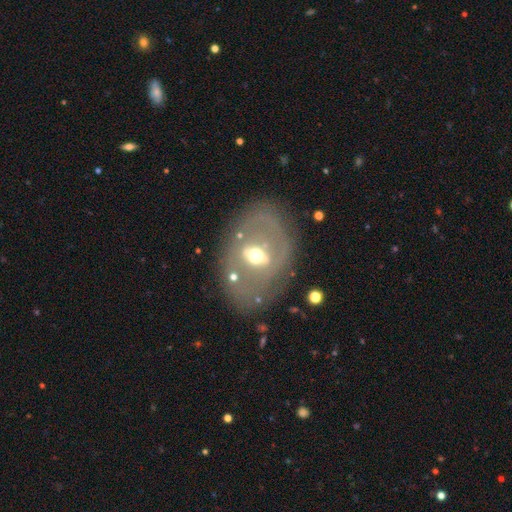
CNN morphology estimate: A featured or disk galaxy (67%) with a strong bar (42%), no spiral arms (81%) and a moderate central bulge (67%). Merging: none (70%).